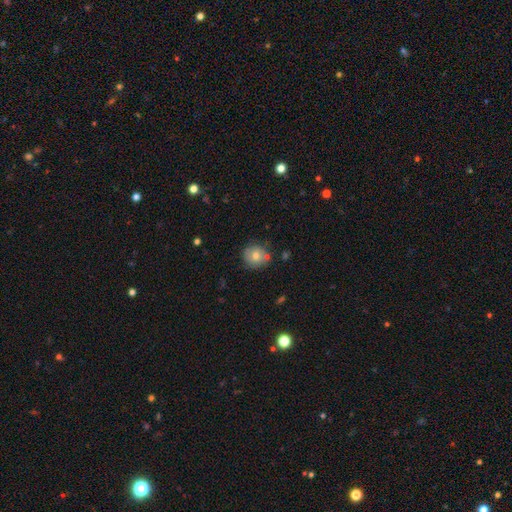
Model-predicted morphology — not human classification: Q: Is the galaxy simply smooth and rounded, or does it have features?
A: smooth — 69%.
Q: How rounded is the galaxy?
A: round — 88%.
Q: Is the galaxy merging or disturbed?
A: none — 76%.